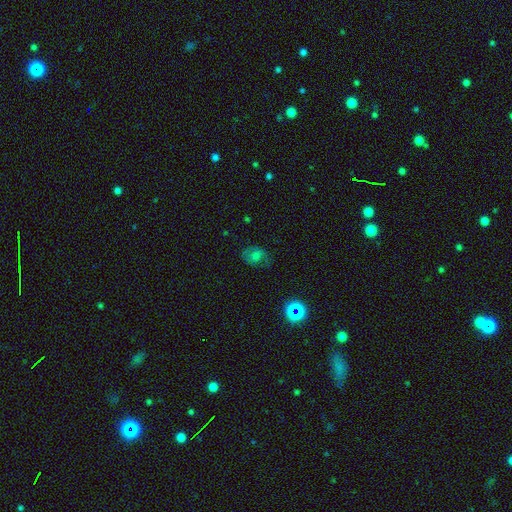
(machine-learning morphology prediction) This is possibly a smooth galaxy (51%). How rounded: possibly in between (50%). Merging: likely none (67%).